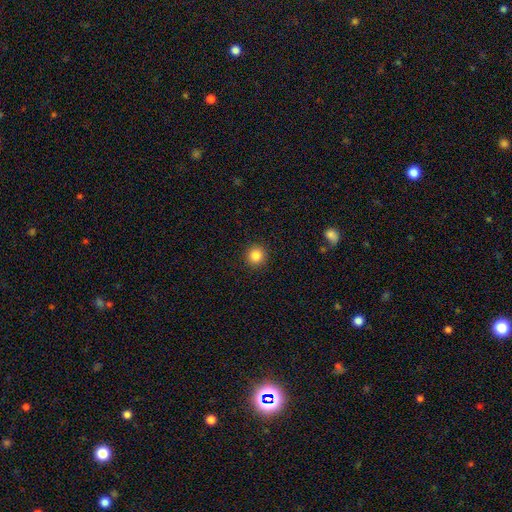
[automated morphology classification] type=smooth (85%); roundness=round (94%); merging=none (93%).